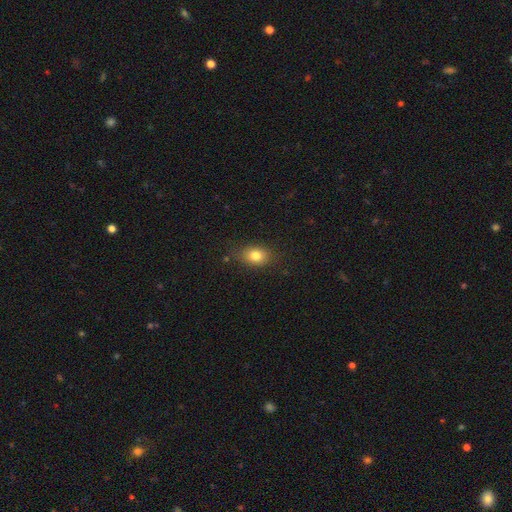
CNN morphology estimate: Overall: smooth (80%). How rounded: in between (66%; round 32%). Merging: none (79%).